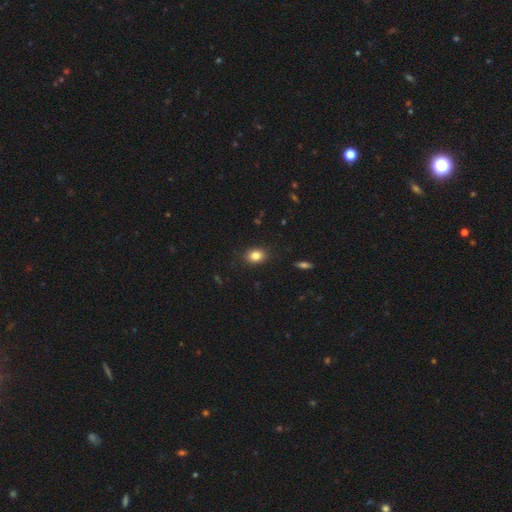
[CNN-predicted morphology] Smooth or featured? Predicted: smooth (p=0.84). How rounded? Predicted: in between (p=0.55). Merging? Predicted: none (p=0.87).